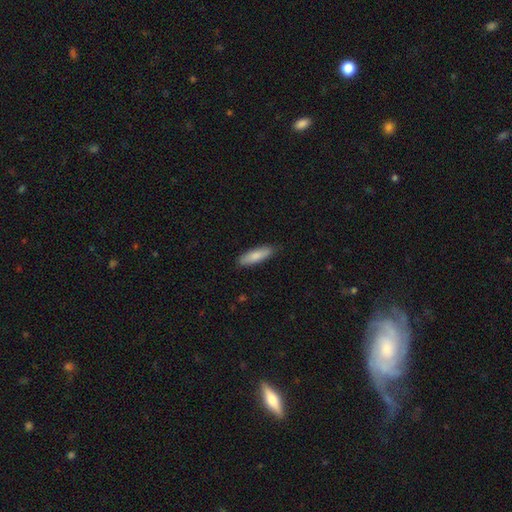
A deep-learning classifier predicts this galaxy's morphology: Overall: smooth (83%). How rounded: cigar-shaped (56%; in between 42%). Merging: none (84%).